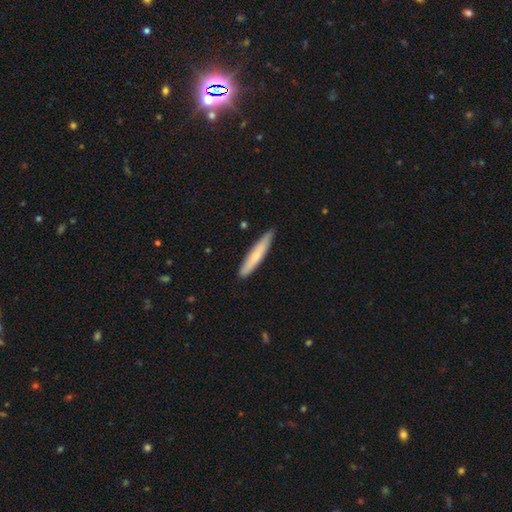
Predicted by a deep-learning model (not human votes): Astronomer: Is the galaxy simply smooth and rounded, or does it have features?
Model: smooth — 69%.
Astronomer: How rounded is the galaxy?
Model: cigar-shaped — 92%.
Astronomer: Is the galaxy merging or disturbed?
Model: none — 86%.